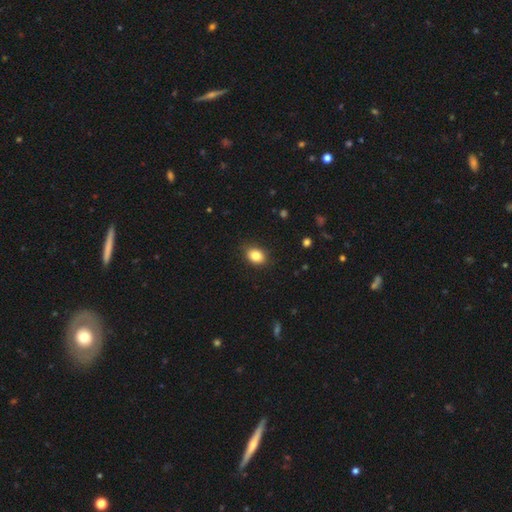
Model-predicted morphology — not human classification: This is clearly a smooth galaxy (85%). How rounded: likely in between (71%). Merging: clearly none (84%).